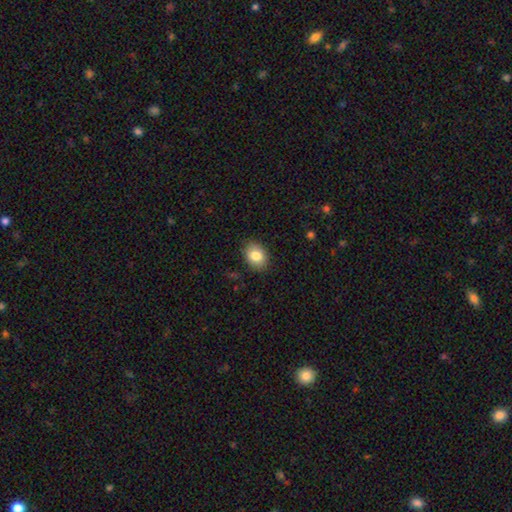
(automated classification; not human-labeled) Morphology: type=smooth (83%); roundness=in between (71%); merging=none (87%).